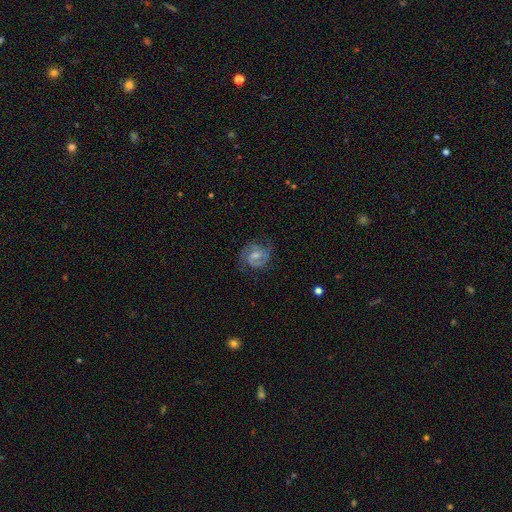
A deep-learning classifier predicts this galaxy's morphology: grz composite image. It shows a featured or disk galaxy (79%) with a weak bar (55%), 2 (81%) medium (45%) spiral arms (94%) and a moderate central bulge (51%). Merging: none (72%).